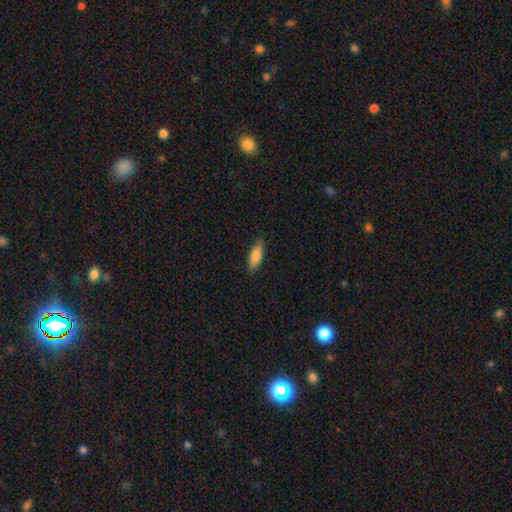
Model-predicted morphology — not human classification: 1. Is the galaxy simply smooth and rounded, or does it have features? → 85% smooth, 9% featured or disk, 6% star or artifact.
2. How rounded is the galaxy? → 68% in between, 30% cigar-shaped, 2% round.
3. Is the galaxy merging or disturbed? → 82% none, 14% minor disturbance, 3% major disturbance, 1% merger.